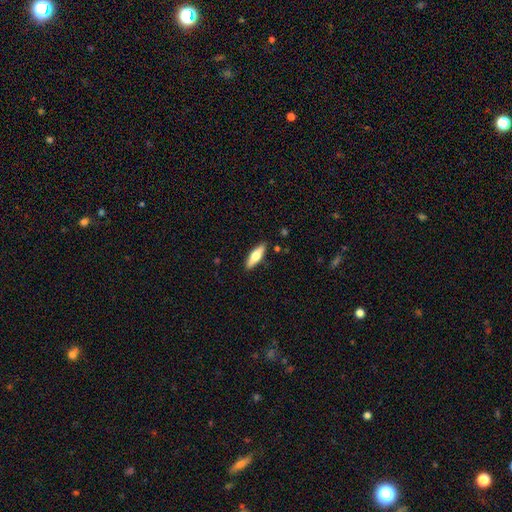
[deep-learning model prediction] Smooth or featured: smooth — 60% (featured or disk — 34%)
How rounded: cigar-shaped — 55% (in between — 43%)
Merging: none — 88% (minor disturbance — 9%)